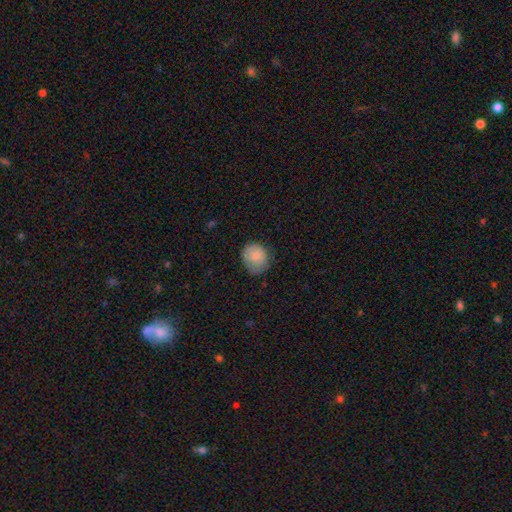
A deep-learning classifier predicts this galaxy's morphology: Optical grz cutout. It shows a smooth galaxy with no disk features (82%) that is round (66%). Merging: none (63%).